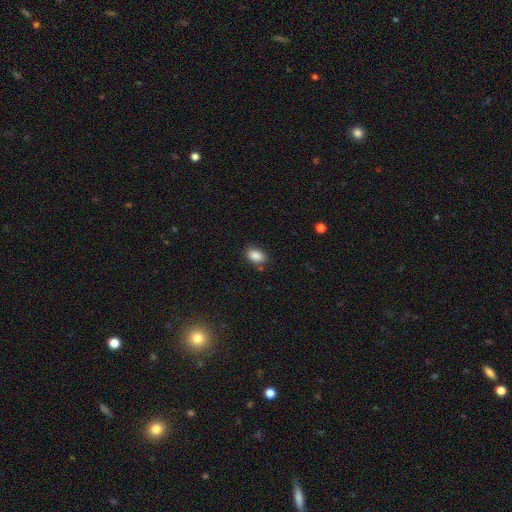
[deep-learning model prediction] Morphology: type=smooth (88%); roundness=in between (87%); merging=none (80%).